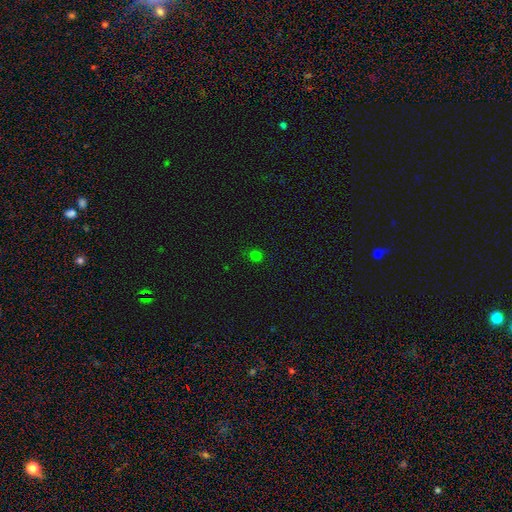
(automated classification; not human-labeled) The model was most divided on "smooth or featured": smooth: 74%, star or artifact: 23%, featured or disk: 4%. More confident: merging — none (88%); how rounded — round (88%).